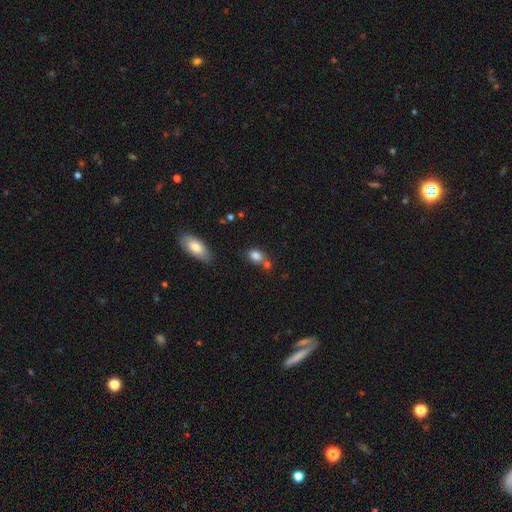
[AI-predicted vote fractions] Overall: smooth (82%). How rounded: in between (66%; round 31%). Merging: none (50%; merger 29%).